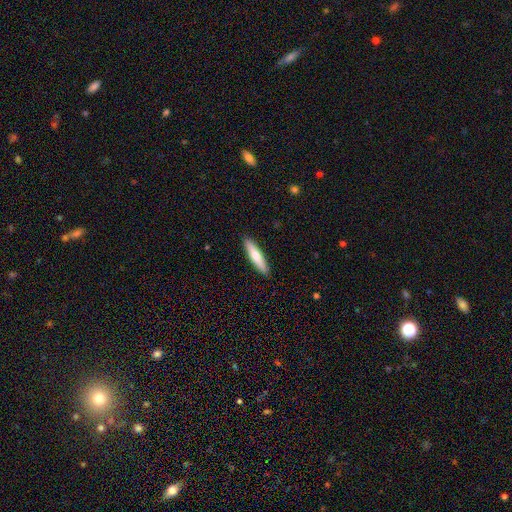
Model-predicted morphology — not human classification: A smooth galaxy with no disk features (64%) that is cigar-shaped (84%).

Vote fractions:
- Smooth or featured? smooth: 64% / featured or disk: 31% / star or artifact: 5%
- How rounded? cigar-shaped: 84% / in between: 15% / round: 1%
- Merging? none: 91% / minor disturbance: 6% / major disturbance: 1% / merger: 1%